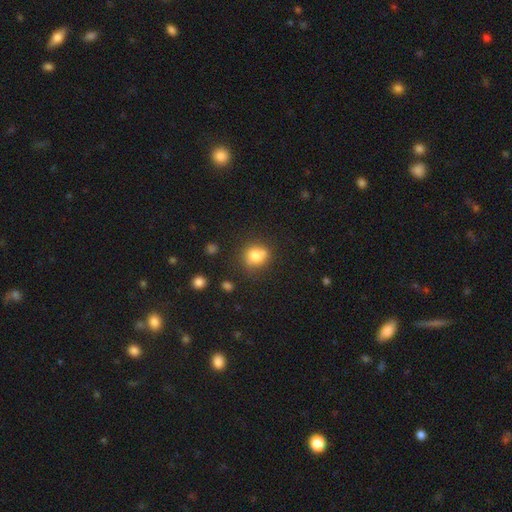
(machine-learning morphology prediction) type=smooth (77%); roundness=round (78%); merging=none (58%).